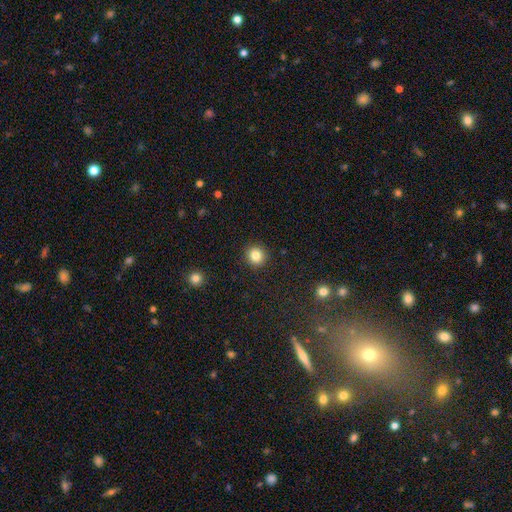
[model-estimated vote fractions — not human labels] Smooth or featured? Predicted: smooth (p=0.83). How rounded? Predicted: round (p=0.93). Merging? Predicted: none (p=0.92).